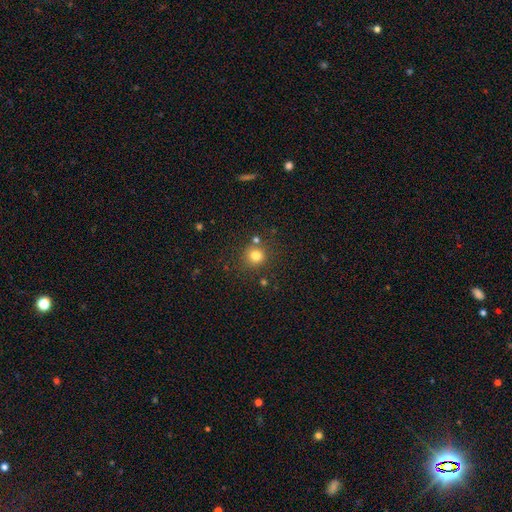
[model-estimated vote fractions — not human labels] This is likely a smooth galaxy (79%). How rounded: clearly round (92%). Merging: likely none (79%).